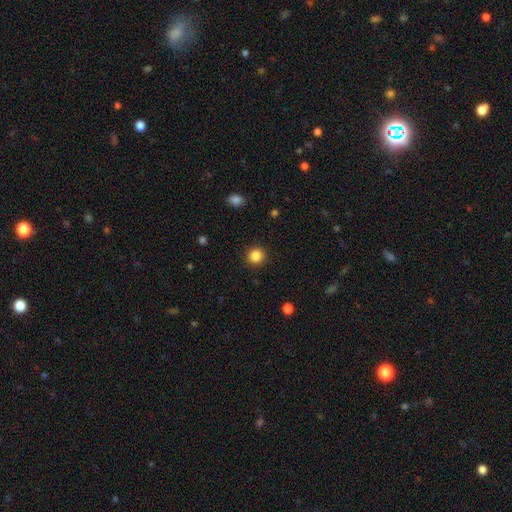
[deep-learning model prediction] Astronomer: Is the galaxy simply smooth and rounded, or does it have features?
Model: smooth — 85%.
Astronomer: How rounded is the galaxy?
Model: round — 91%.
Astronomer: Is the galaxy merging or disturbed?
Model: none — 92%.